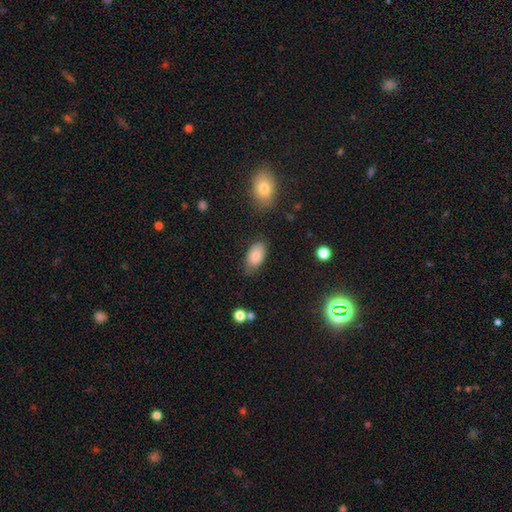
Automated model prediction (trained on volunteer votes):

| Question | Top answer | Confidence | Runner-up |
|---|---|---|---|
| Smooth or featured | smooth | 84% | featured or disk (9%) |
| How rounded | in between | 93% | round (5%) |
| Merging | none | 74% | minor disturbance (19%) |